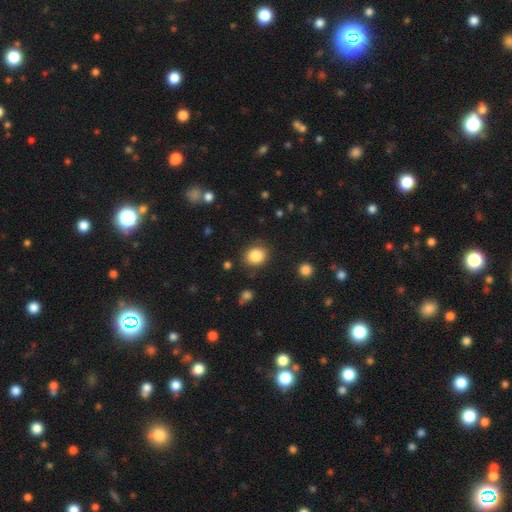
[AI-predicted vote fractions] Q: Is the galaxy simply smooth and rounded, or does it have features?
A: smooth — 86%.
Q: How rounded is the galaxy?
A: round — 73%.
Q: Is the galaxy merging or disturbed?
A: none — 86%.